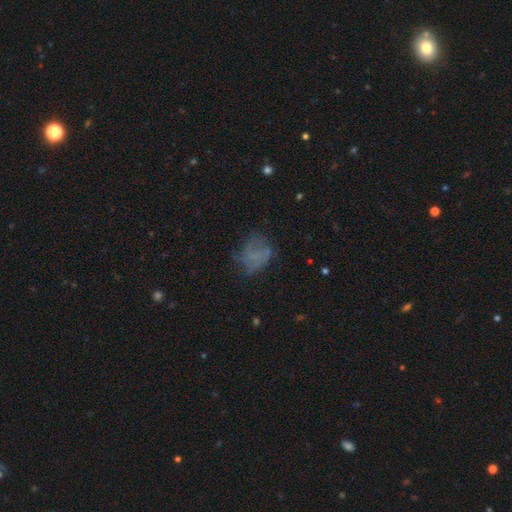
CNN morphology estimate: This appears to be a smooth galaxy with no disk features (50%). Merging: none (50%).